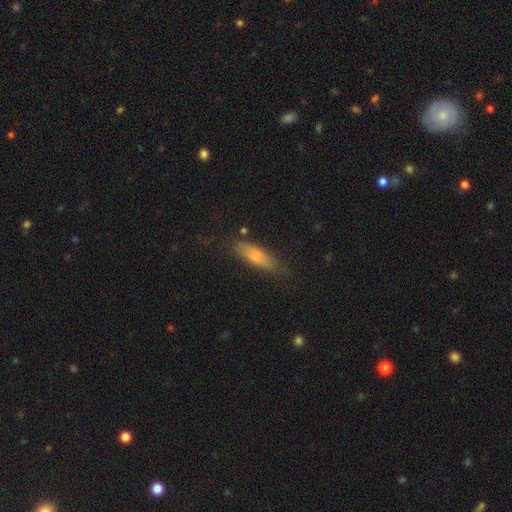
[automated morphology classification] Smooth or featured: smooth — 67% (featured or disk — 26%)
How rounded: cigar-shaped — 55% (in between — 43%)
Merging: none — 72% (minor disturbance — 19%)